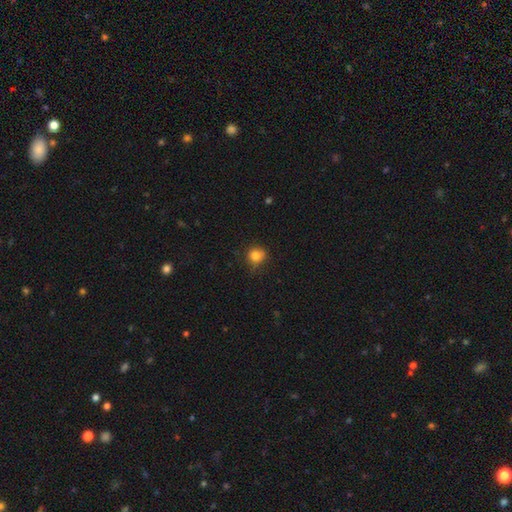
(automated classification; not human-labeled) Overall: smooth (81%). How rounded: round (87%). Merging: none (70%).